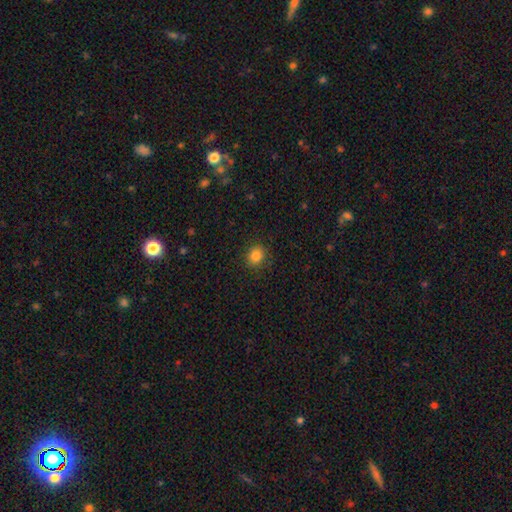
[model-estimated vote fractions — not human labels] Smooth or featured: smooth — 84% (star or artifact — 11%)
How rounded: round — 76% (in between — 24%)
Merging: none — 89% (minor disturbance — 8%)